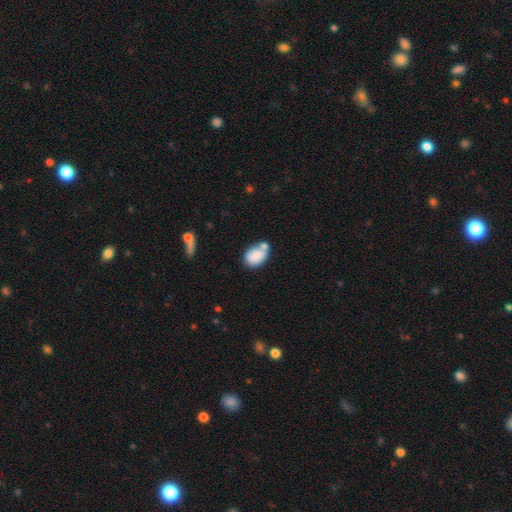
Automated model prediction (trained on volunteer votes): smooth_or_featured: smooth (p=0.81) [alt: featured or disk p=0.12]
how_rounded: in between (p=0.80) [alt: round p=0.19]
merging: none (p=0.46) [alt: merger p=0.30]